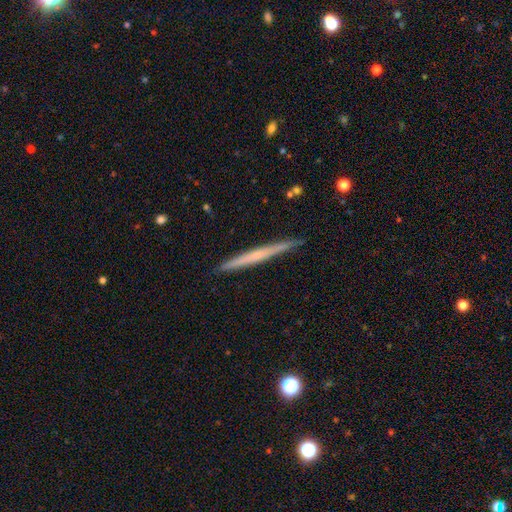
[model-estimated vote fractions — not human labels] A featured or disk galaxy (53%) viewed edge-on (98%) with no central bulge (76%). Merging: none (91%).